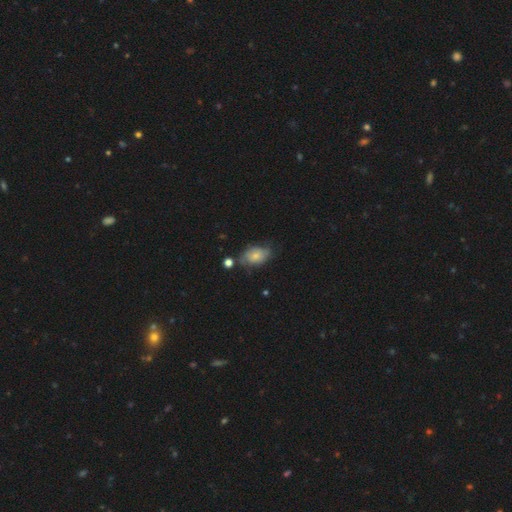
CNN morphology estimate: A smooth galaxy with no disk features (64%) that is in between round and cigar-shaped (85%).

Vote fractions:
- Smooth or featured? smooth: 64% / featured or disk: 28% / star or artifact: 8%
- How rounded? in between: 85% / round: 14% / cigar-shaped: 2%
- Merging? none: 53% / minor disturbance: 31% / major disturbance: 10% / merger: 6%